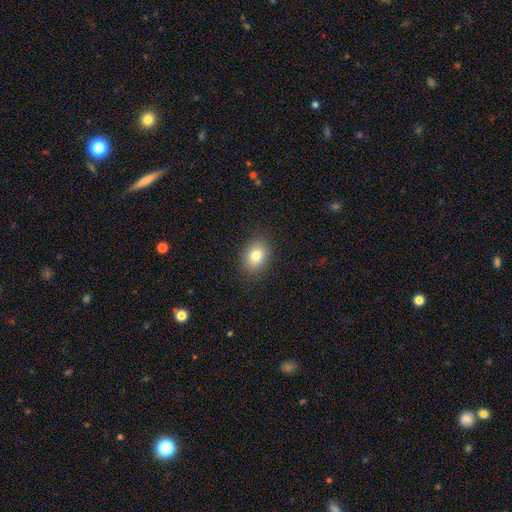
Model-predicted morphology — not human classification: This is clearly a smooth galaxy (81%). How rounded: likely in between (68%). Merging: clearly none (88%).